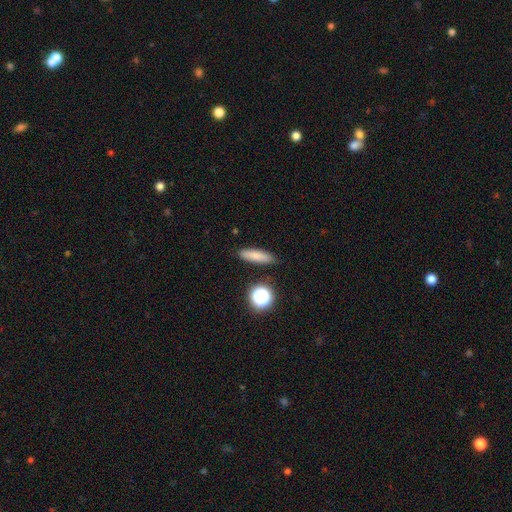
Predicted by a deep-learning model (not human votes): A smooth galaxy with no disk features (78%) that is cigar-shaped (63%).

Vote fractions:
- Smooth or featured? smooth: 78% / featured or disk: 11% / star or artifact: 11%
- How rounded? cigar-shaped: 63% / in between: 31% / round: 6%
- Merging? none: 85% / minor disturbance: 10% / major disturbance: 3% / merger: 2%